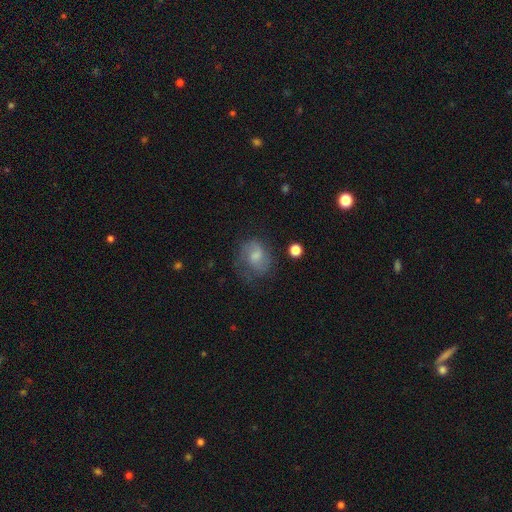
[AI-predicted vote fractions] This appears to be a smooth galaxy with no disk features (52%) that is round (56%). Merging: none (53%).